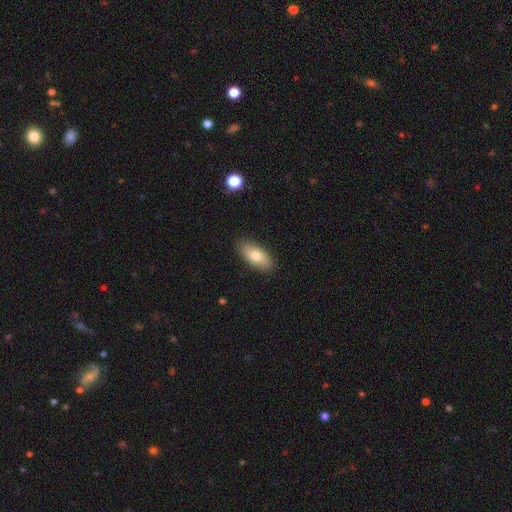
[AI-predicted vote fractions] smooth 76%, featured or disk 18%, star or artifact 6%. Down the decision tree: how rounded — in between (88%); merging — none (87%).